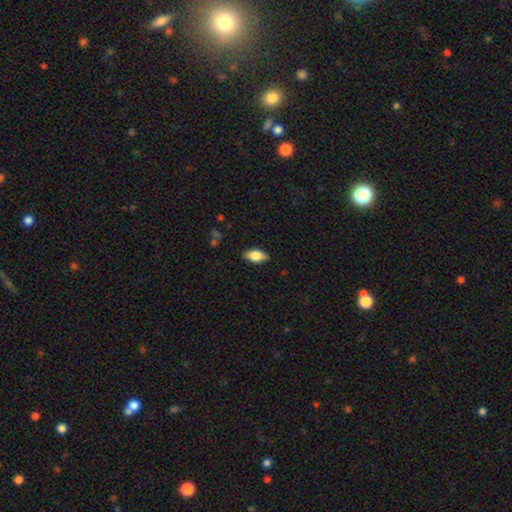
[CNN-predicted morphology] Smooth or featured? smooth (79%)
How rounded? in between (90%)
Merging? none (86%)